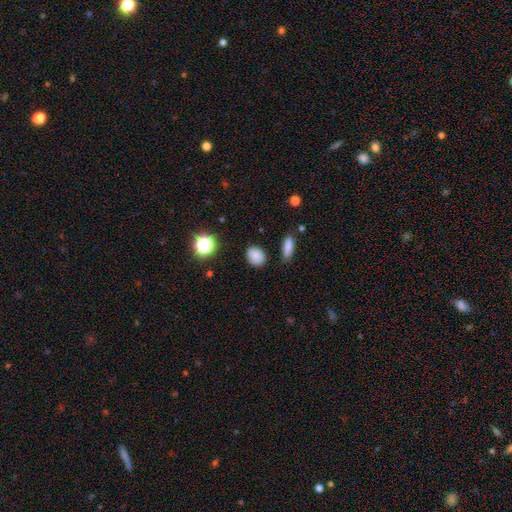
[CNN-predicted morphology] smooth-or-featured: smooth: 82% | star or artifact: 12% | featured or disk: 6%
  how-rounded: in between: 59% | round: 39% | cigar-shaped: 2%
  merging: none: 84% | minor disturbance: 11% | major disturbance: 3% | merger: 3%